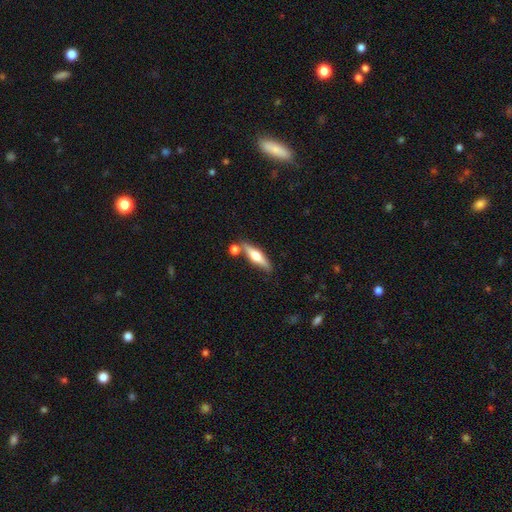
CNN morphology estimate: Q: Smooth or featured?
A: featured or disk (55%); runner-up: smooth (39%)
Q: Edge-on disk?
A: yes (94%); runner-up: no (6%)
Q: Edge-on bulge?
A: rounded (93%); runner-up: boxy (5%)
Q: Merging?
A: none (76%); runner-up: minor disturbance (11%)